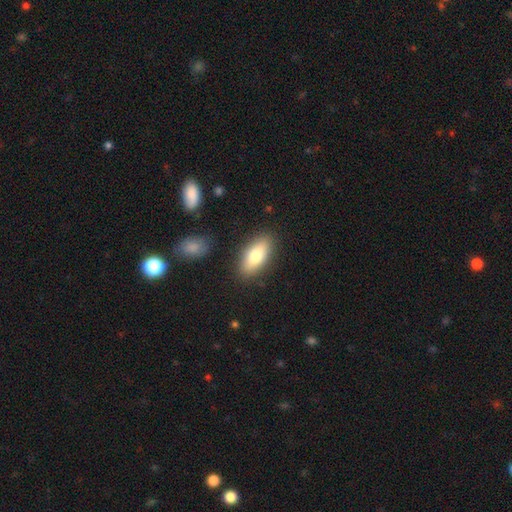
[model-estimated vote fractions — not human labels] smooth_or_featured: smooth (p=0.76) [alt: featured or disk p=0.18]
how_rounded: in between (p=0.82) [alt: cigar-shaped p=0.15]
merging: none (p=0.85) [alt: minor disturbance p=0.10]